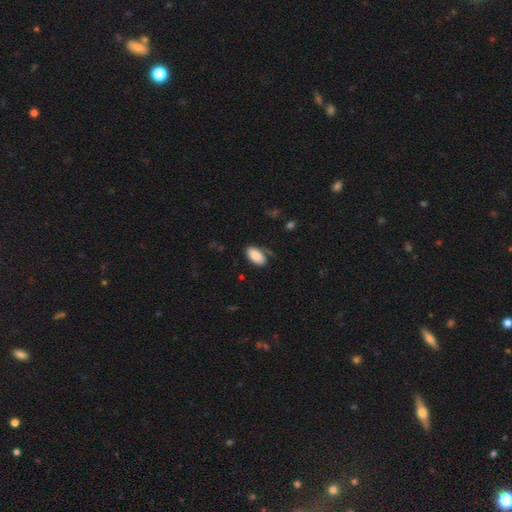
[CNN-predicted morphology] Q: Smooth or featured?
A: smooth (87%); runner-up: featured or disk (7%)
Q: How rounded?
A: in between (95%); runner-up: cigar-shaped (2%)
Q: Merging?
A: none (71%); runner-up: minor disturbance (20%)